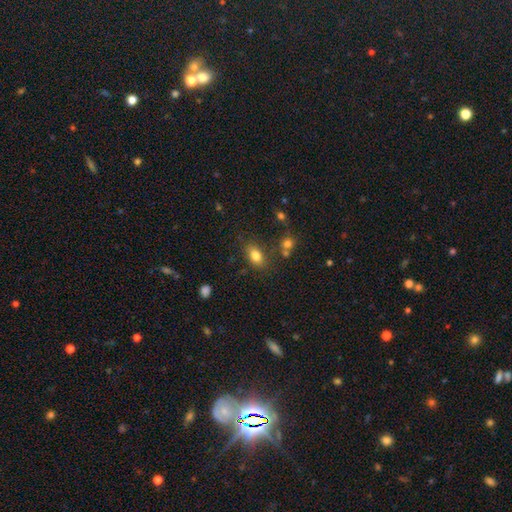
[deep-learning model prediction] Smooth or featured: smooth — 81% (star or artifact — 10%)
How rounded: in between — 84% (round — 13%)
Merging: none — 73% (minor disturbance — 15%)